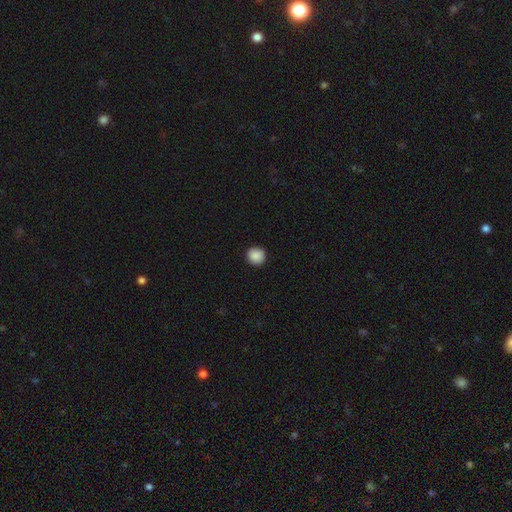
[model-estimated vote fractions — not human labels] A smooth galaxy with no disk features (89%) that is round (92%).

Vote fractions:
- Smooth or featured? smooth: 89% / star or artifact: 9% / featured or disk: 3%
- How rounded? round: 92% / in between: 7% / cigar-shaped: 1%
- Merging? none: 91% / minor disturbance: 6% / major disturbance: 2% / merger: 1%